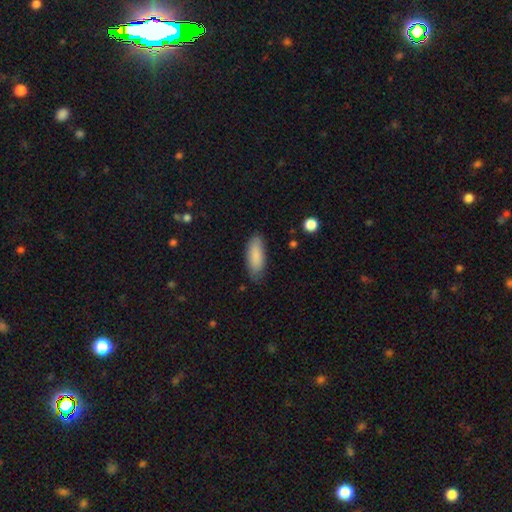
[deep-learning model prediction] Smooth or featured? Predicted: smooth (p=0.87). How rounded? Predicted: in between (p=0.74). Merging? Predicted: none (p=0.80).